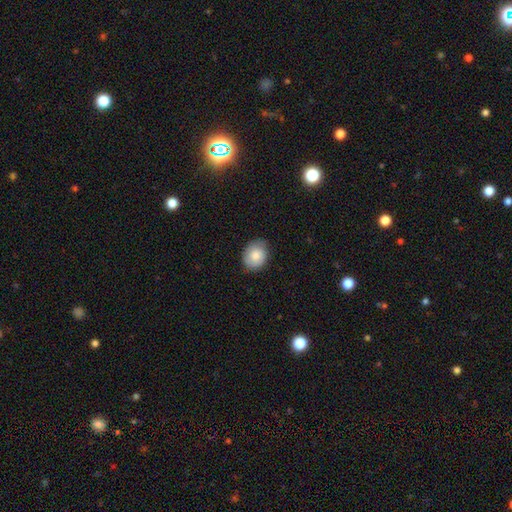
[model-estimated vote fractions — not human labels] Q: Smooth or featured?
A: smooth (81%); runner-up: featured or disk (12%)
Q: How rounded?
A: in between (52%); runner-up: round (47%)
Q: Merging?
A: none (76%); runner-up: minor disturbance (20%)